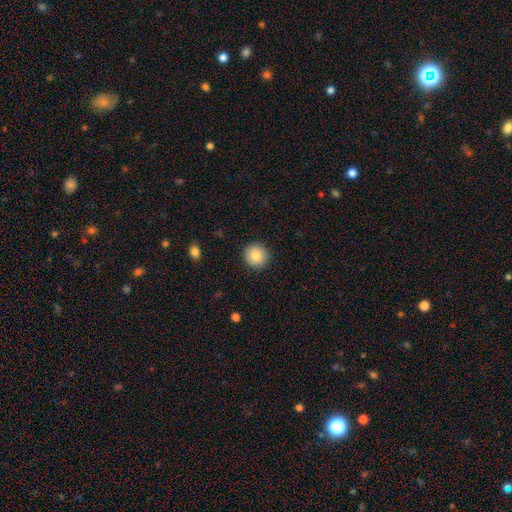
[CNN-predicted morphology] Overall: smooth (86%). How rounded: round (95%). Merging: none (92%).